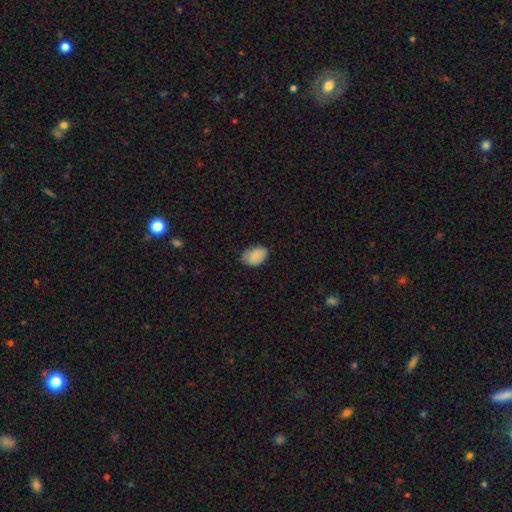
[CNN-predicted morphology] smooth 85%, featured or disk 7%, star or artifact 7%. Down the decision tree: how rounded — in between (84%); merging — none (75%).